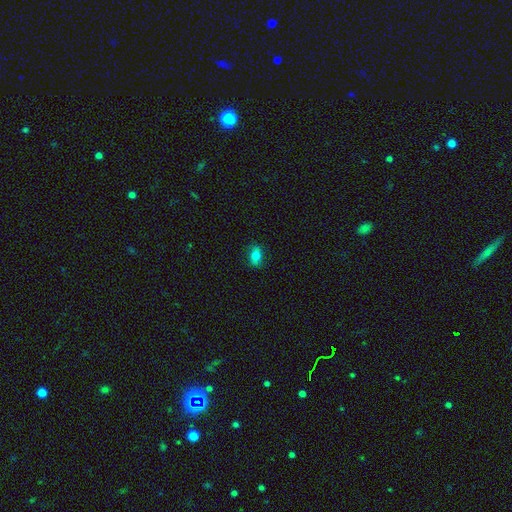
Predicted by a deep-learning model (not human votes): Overall: smooth (78%). How rounded: in between (81%). Merging: none (82%).